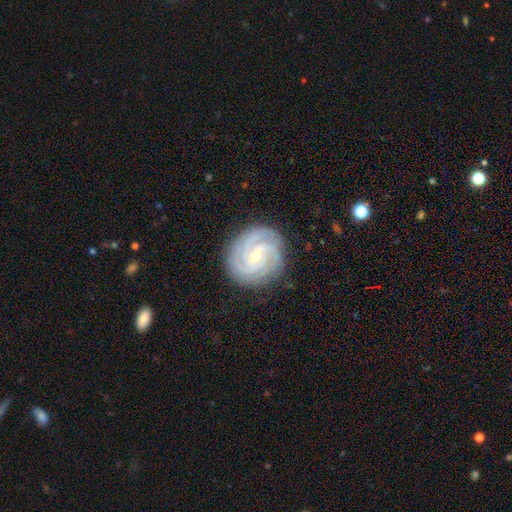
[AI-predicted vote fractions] This appears to be a featured or disk galaxy (90%) with no bar (48%), 3 (42%) tight (76%) spiral arms (98%) and a small central bulge (65%). Merging: none (85%).